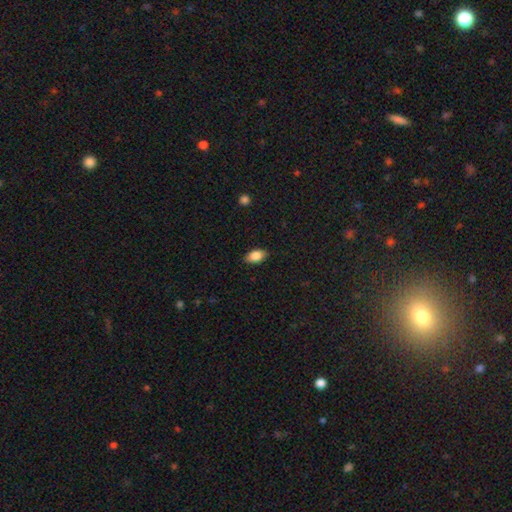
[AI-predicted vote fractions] smooth-or-featured: smooth: 86% | star or artifact: 8% | featured or disk: 6%
  how-rounded: in between: 91% | round: 6% | cigar-shaped: 3%
  merging: none: 86% | minor disturbance: 10% | major disturbance: 2% | merger: 1%